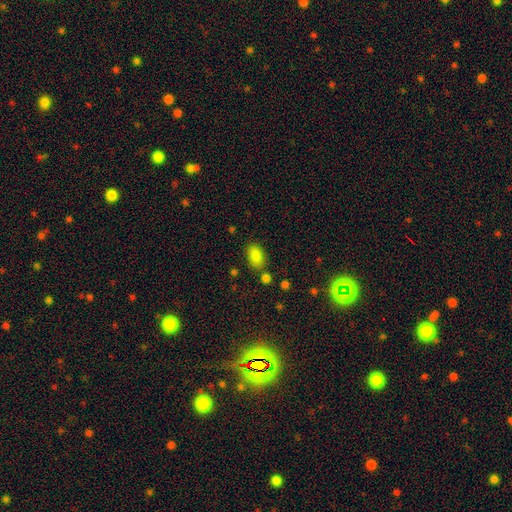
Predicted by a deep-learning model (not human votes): Smooth or featured? smooth (86%)
How rounded? in between (90%)
Merging? none (76%)